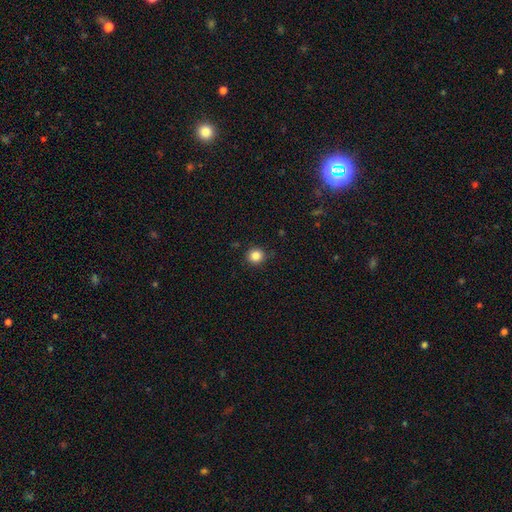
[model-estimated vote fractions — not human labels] smooth 85%, star or artifact 11%, featured or disk 4%. Down the decision tree: how rounded — round (92%); merging — none (89%).